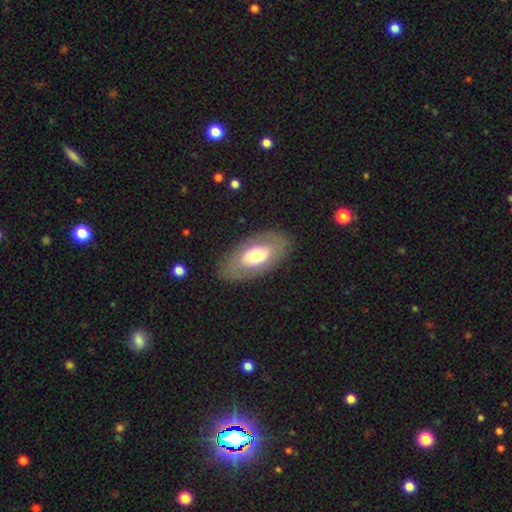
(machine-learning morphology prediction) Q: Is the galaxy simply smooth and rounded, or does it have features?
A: smooth — 51%.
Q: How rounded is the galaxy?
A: in between — 91%.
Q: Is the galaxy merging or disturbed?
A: none — 83%.